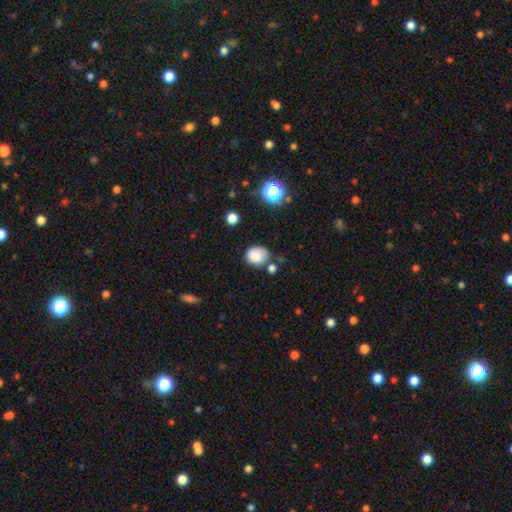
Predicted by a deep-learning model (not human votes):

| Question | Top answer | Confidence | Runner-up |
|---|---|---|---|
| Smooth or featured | smooth | 79% | star or artifact (11%) |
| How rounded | round | 56% | in between (43%) |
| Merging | none | 57% | minor disturbance (25%) |